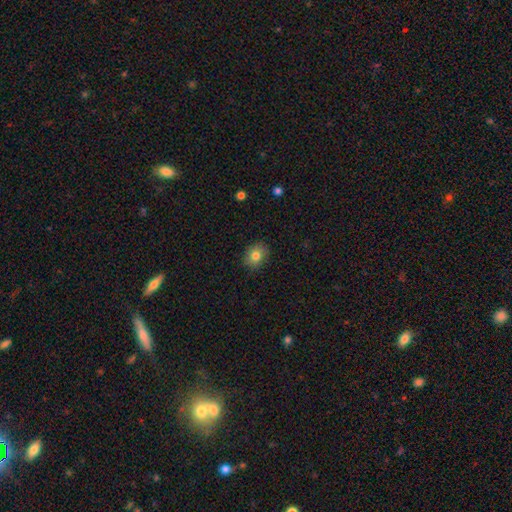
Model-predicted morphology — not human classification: A smooth galaxy with no disk features (80%) that is round (52%).

Vote fractions:
- Smooth or featured? smooth: 80% / star or artifact: 10% / featured or disk: 10%
- How rounded? round: 52% / in between: 47% / cigar-shaped: 1%
- Merging? none: 87% / minor disturbance: 9% / major disturbance: 2% / merger: 1%